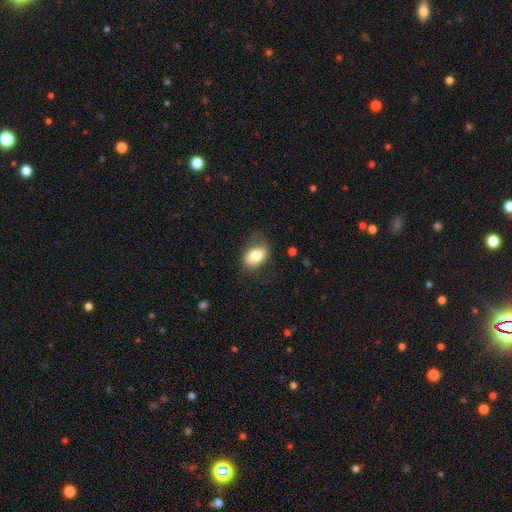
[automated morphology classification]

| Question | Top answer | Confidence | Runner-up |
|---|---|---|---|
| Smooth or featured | smooth | 77% | featured or disk (15%) |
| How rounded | in between | 87% | round (10%) |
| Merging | none | 64% | minor disturbance (24%) |